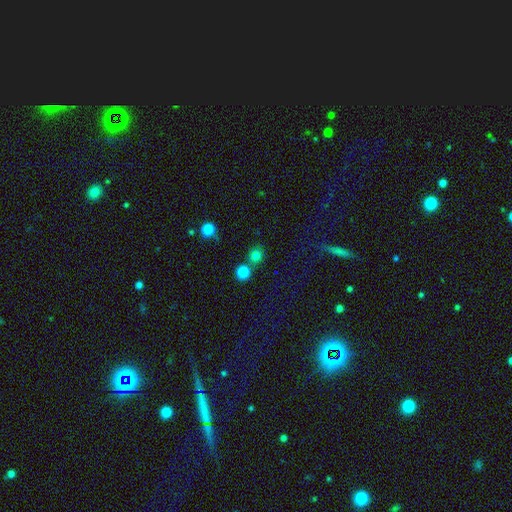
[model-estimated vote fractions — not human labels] Smooth or featured? Predicted: smooth (p=0.78). How rounded? Predicted: round (p=0.87). Merging? Predicted: none (p=0.70).